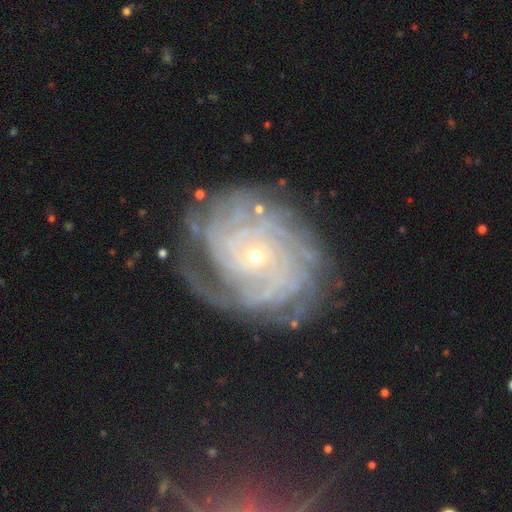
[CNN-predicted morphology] Smooth or featured? featured or disk (90%)
Edge-on disk? no (97%)
Bar? no (76%)
Spiral arms? yes (97%)
Spiral winding? tight (81%)
Spiral arm count? more than 4 (27%)
Bulge size? small (72%)
Merging? none (71%)